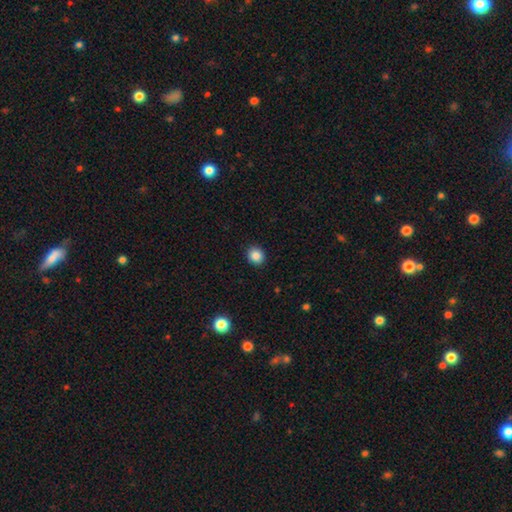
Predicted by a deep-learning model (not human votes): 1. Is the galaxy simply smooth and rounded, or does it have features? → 87% smooth, 10% star or artifact, 4% featured or disk.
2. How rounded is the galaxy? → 80% round, 19% in between, 1% cigar-shaped.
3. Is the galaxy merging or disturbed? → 91% none, 6% minor disturbance, 2% major disturbance, 1% merger.